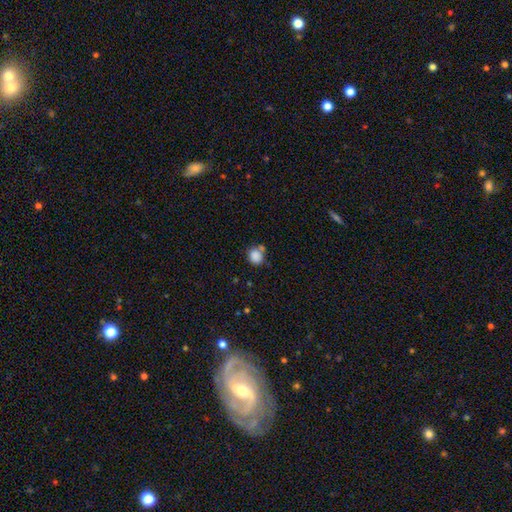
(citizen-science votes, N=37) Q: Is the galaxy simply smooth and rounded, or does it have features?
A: smooth — 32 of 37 (86%).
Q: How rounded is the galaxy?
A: round — 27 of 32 (84%).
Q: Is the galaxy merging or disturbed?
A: none — 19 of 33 (58%).